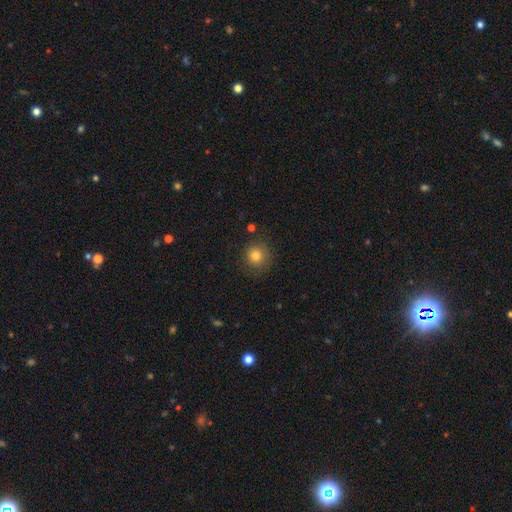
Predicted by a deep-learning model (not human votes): smooth_or_featured: smooth (p=0.79) [alt: star or artifact p=0.13]
how_rounded: round (p=0.93) [alt: in between p=0.06]
merging: none (p=0.85) [alt: minor disturbance p=0.10]